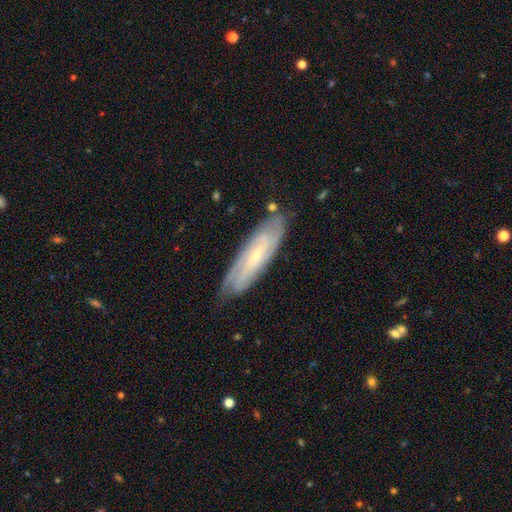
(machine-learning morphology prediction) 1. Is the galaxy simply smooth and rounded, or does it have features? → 73% featured or disk, 21% smooth, 6% star or artifact.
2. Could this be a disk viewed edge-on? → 75% no, 25% yes.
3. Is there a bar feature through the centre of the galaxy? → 47% no, 39% weak, 14% strong.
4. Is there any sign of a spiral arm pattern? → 90% yes, 10% no.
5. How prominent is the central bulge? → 70% small, 24% moderate, 3% none, 1% large, 1% dominant.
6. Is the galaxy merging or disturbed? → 76% none, 18% minor disturbance, 4% major disturbance, 2% merger.